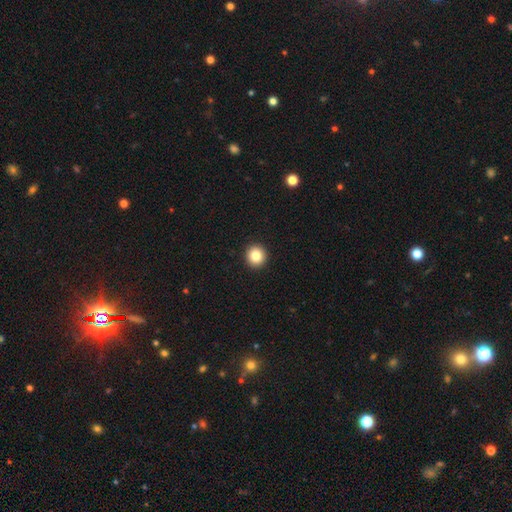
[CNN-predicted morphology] The model was most divided on "smooth or featured": smooth: 84%, star or artifact: 10%, featured or disk: 6%. More confident: merging — none (94%); how rounded — round (93%).